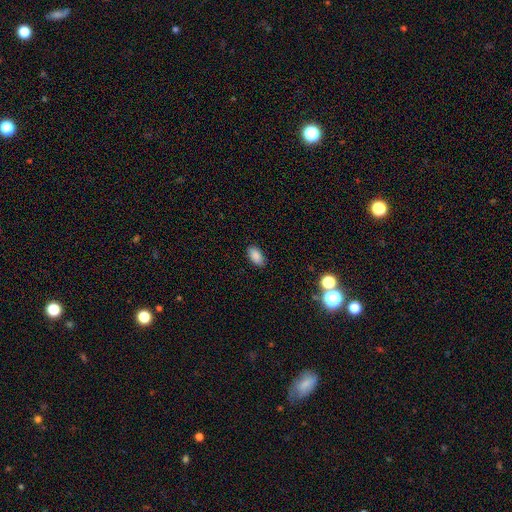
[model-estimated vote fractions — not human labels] smooth 87%, star or artifact 9%, featured or disk 4%. Down the decision tree: how rounded — in between (94%); merging — none (87%).